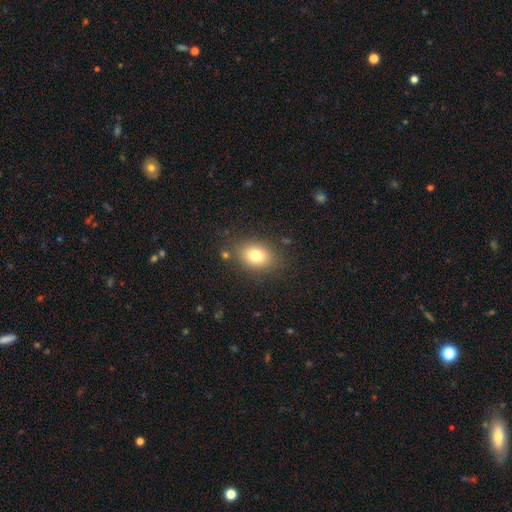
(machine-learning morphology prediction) Smooth or featured? Predicted: smooth (p=0.78). How rounded? Predicted: in between (p=0.66). Merging? Predicted: none (p=0.82).